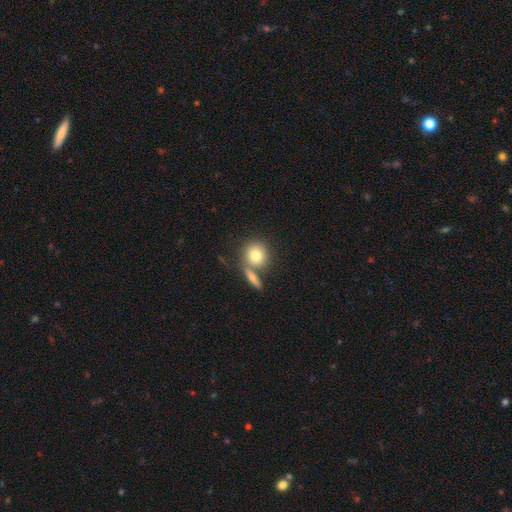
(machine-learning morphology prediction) smooth 78%, featured or disk 14%, star or artifact 8%. Down the decision tree: how rounded — round (82%); merging — none (56%).